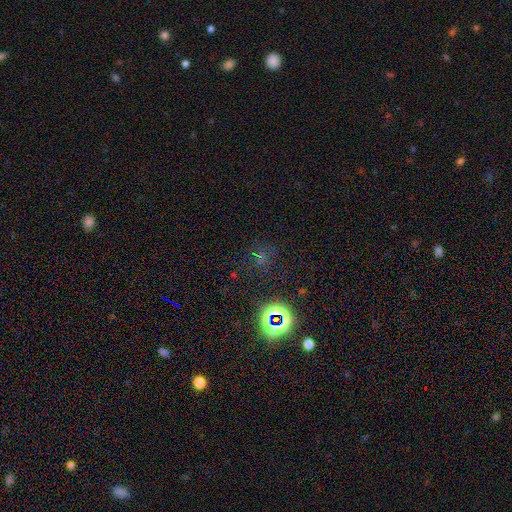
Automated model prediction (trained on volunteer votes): Overall: star or artifact (62%; smooth 28%).